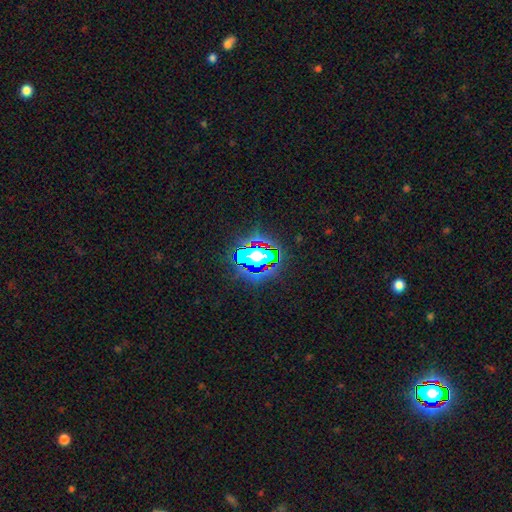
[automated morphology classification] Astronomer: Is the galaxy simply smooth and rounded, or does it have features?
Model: star or artifact — 54% (runner-up: smooth, 29%).